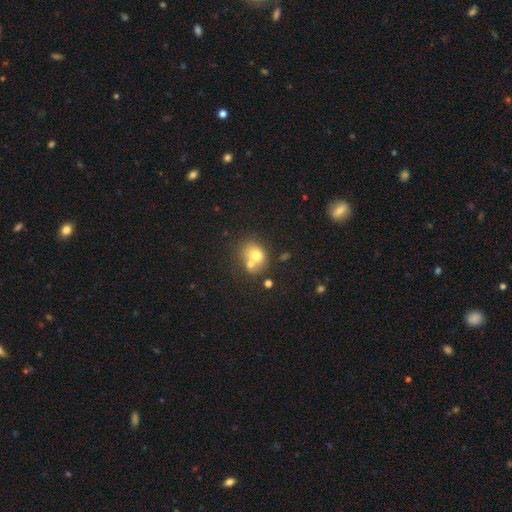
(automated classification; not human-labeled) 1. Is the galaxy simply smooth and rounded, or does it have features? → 71% smooth, 19% featured or disk, 11% star or artifact.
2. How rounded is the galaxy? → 54% round, 45% in between, 1% cigar-shaped.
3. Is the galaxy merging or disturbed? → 46% merger, 37% none, 12% minor disturbance, 5% major disturbance.